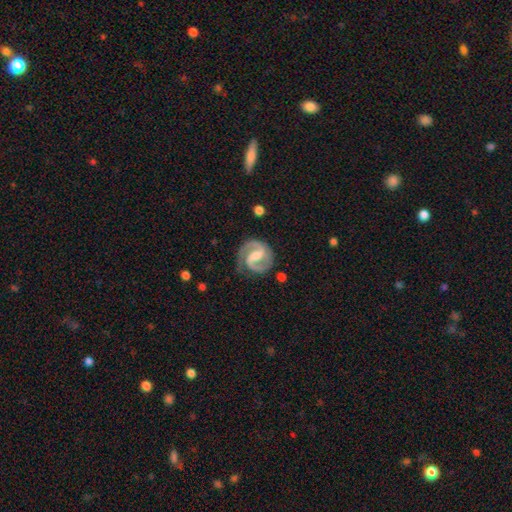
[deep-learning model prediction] featured or disk 90%, smooth 6%, star or artifact 4%. Down the decision tree: edge-on disk — no (98%); bar — weak (44%); spiral arms — yes (98%); spiral arm count — 2 (91%); spiral winding — medium (52%); bulge size — moderate (41%); merging — none (79%).